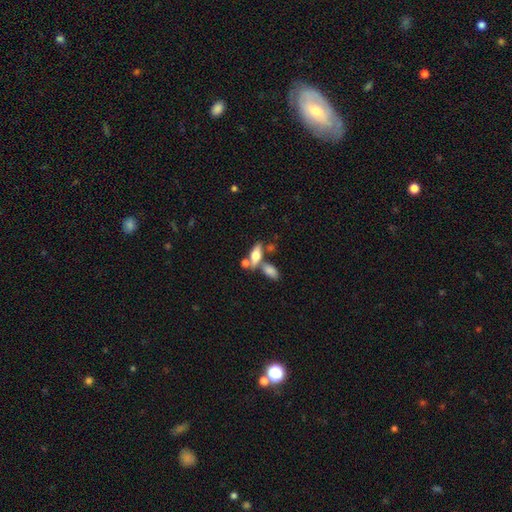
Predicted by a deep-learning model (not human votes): Smooth or featured: smooth — 60% (featured or disk — 32%)
How rounded: in between — 70% (cigar-shaped — 25%)
Merging: none — 50% (merger — 33%)